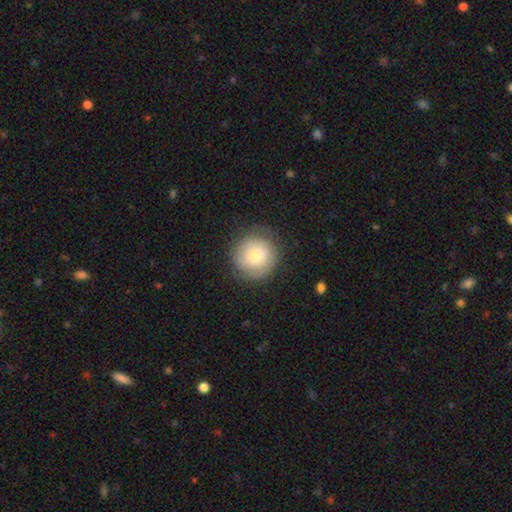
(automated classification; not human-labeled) Morphology: type=smooth (68%); roundness=round (93%); merging=none (75%).